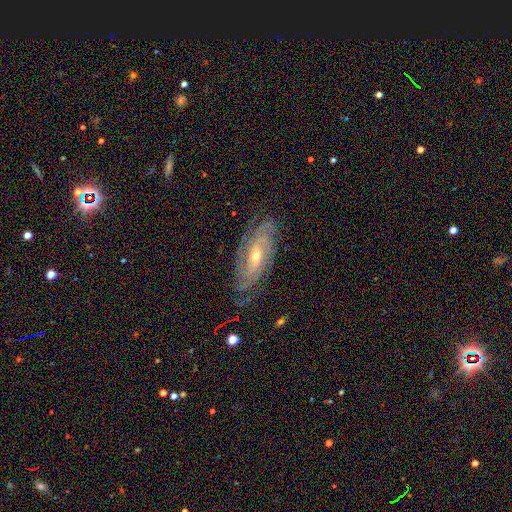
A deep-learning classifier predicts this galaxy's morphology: Smooth or featured? Predicted: featured or disk (p=0.88). Edge-on disk? Predicted: no (p=0.92). Bar? Predicted: no (p=0.48). Spiral arms? Predicted: yes (p=0.97). Spiral winding? Predicted: tight (p=0.70). Spiral arm count? Predicted: can't tell (p=0.27). Bulge size? Predicted: small (p=0.51). Merging? Predicted: none (p=0.75).